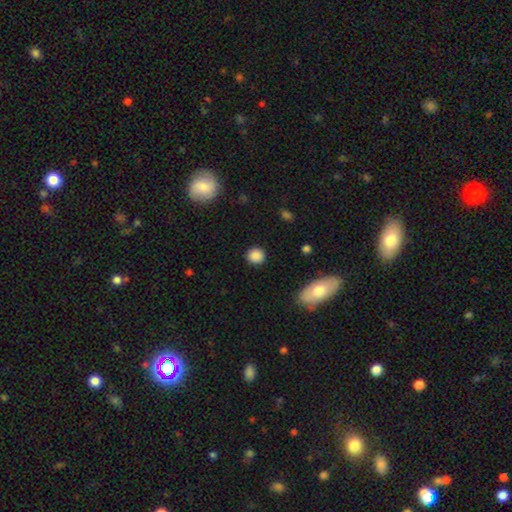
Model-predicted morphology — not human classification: smooth-or-featured: smooth: 86% | star or artifact: 10% | featured or disk: 4%
  how-rounded: round: 88% | in between: 11% | cigar-shaped: 1%
  merging: none: 88% | minor disturbance: 8% | major disturbance: 3% | merger: 1%